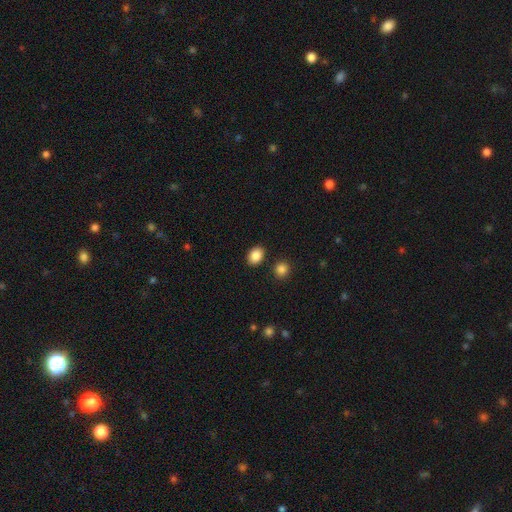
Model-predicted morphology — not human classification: This is clearly a smooth galaxy (87%). How rounded: likely in between (70%). Merging: clearly none (85%).